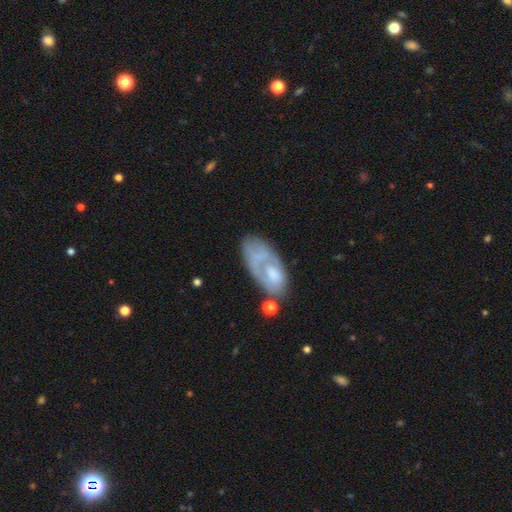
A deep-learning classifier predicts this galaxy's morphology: Smooth or featured? Predicted: featured or disk (p=0.50). Merging? Predicted: none (p=0.43).